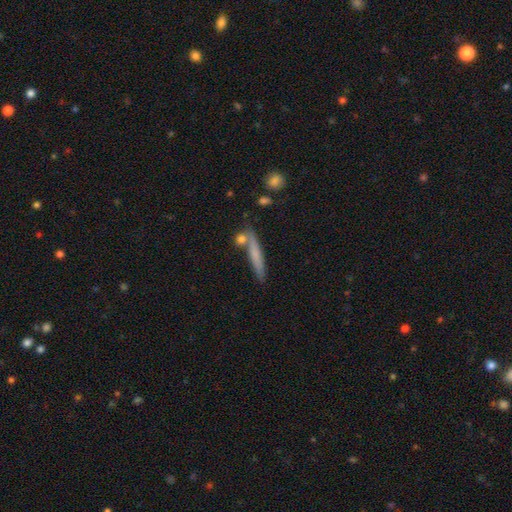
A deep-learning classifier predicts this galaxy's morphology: type=smooth (66%); roundness=cigar-shaped (91%); merging=none (69%).